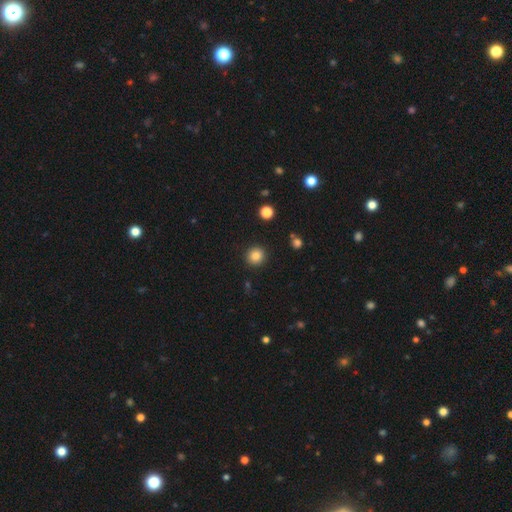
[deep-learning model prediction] Smooth or featured? smooth (84%)
How rounded? round (93%)
Merging? none (91%)